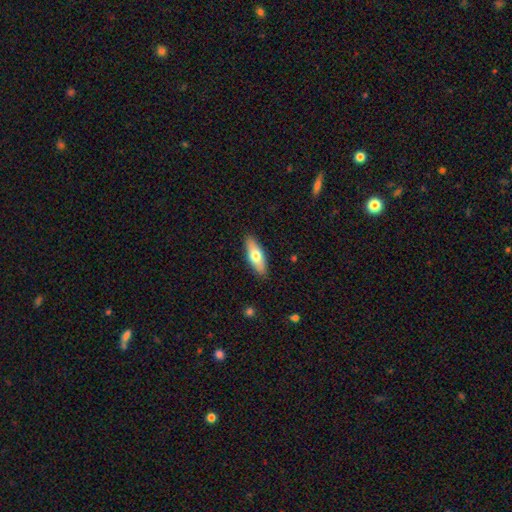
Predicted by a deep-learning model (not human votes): Morphology: type=smooth (64%); roundness=in between (65%); merging=none (89%).